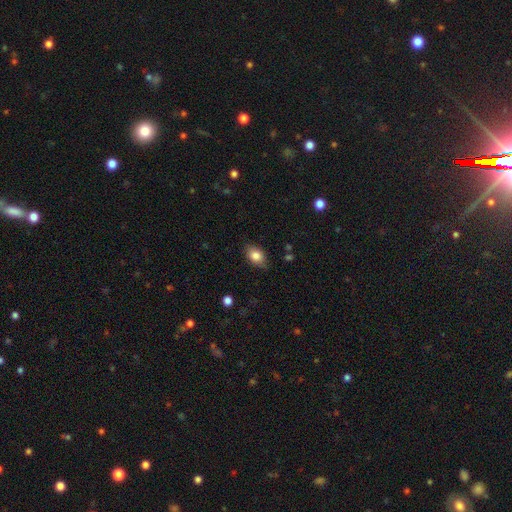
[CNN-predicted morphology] This is clearly a smooth galaxy (84%). How rounded: likely in between (78%). Merging: clearly none (80%).